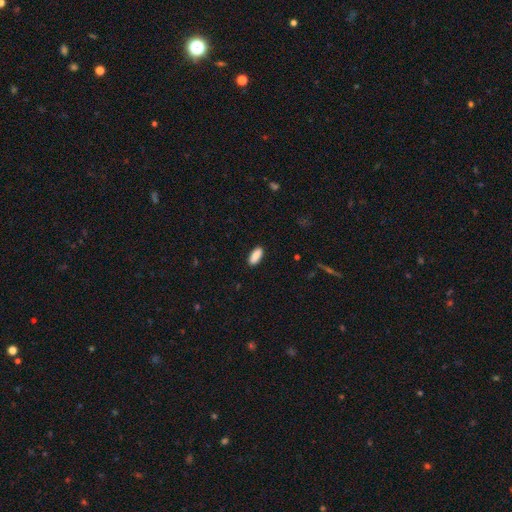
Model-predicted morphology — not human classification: smooth_or_featured: smooth (p=0.89) [alt: star or artifact p=0.06]
how_rounded: in between (p=0.81) [alt: cigar-shaped p=0.17]
merging: none (p=0.89) [alt: minor disturbance p=0.08]